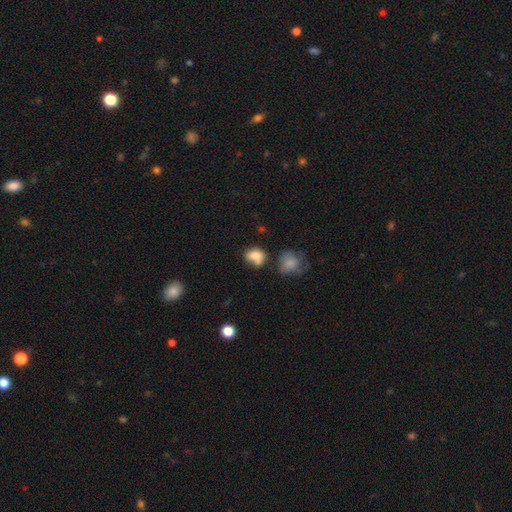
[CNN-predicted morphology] smooth-or-featured: smooth: 77% | featured or disk: 12% | star or artifact: 10%
  how-rounded: in between: 59% | round: 39% | cigar-shaped: 2%
  merging: none: 38% | merger: 25% | minor disturbance: 25% | major disturbance: 12%